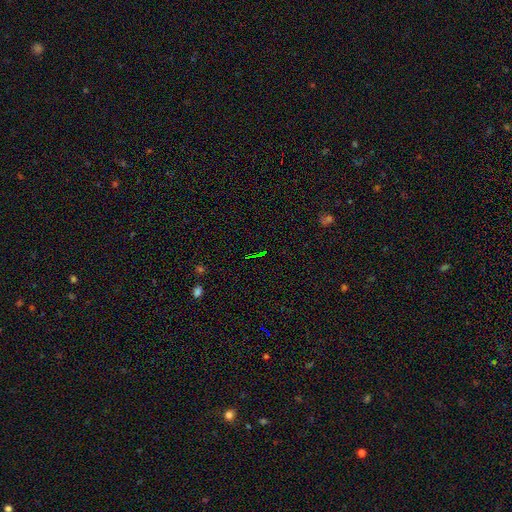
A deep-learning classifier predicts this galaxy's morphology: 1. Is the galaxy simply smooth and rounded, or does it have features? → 75% star or artifact, 14% smooth, 12% featured or disk.